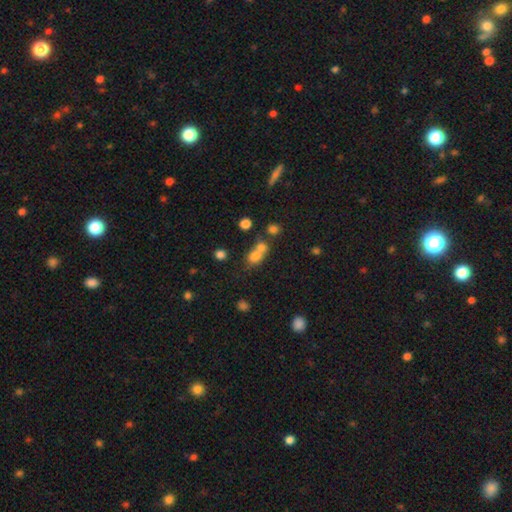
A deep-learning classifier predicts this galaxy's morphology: The model was most divided on "how rounded": round: 57%, in between: 41%, cigar-shaped: 2%. More confident: smooth or featured — smooth (73%); merging — merger (55%).